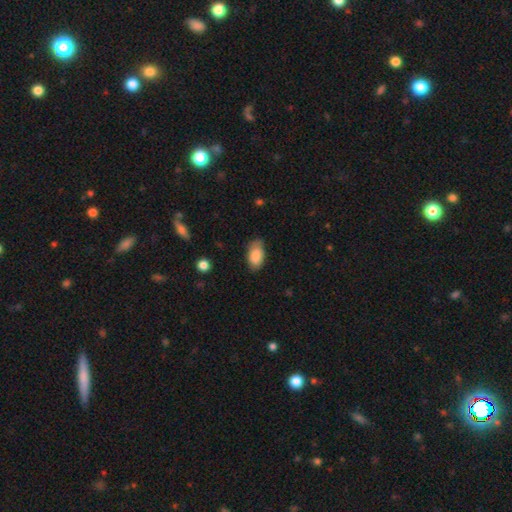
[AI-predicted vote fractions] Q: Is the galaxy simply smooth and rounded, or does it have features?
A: smooth — 86%.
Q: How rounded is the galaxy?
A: in between — 94%.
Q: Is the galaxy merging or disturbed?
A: none — 72%.